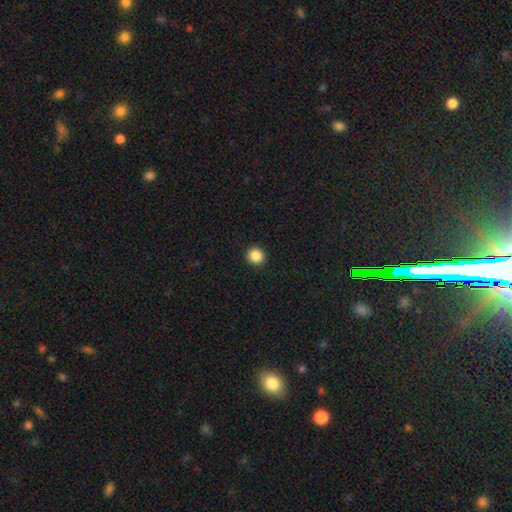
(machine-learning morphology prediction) type=smooth (87%); roundness=round (90%); merging=none (93%).